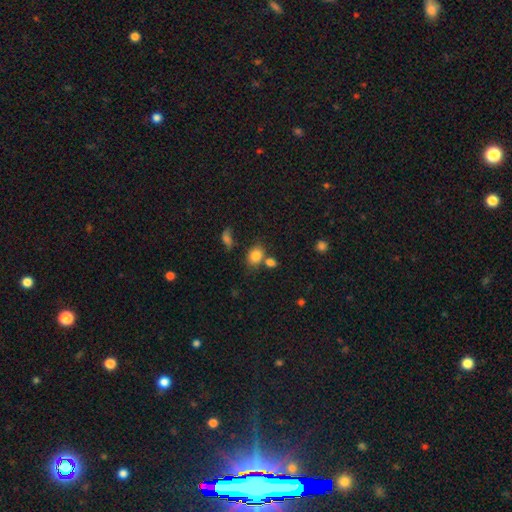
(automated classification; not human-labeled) A smooth galaxy with no disk features (81%) that is in between round and cigar-shaped (61%). Merging: none (59%).